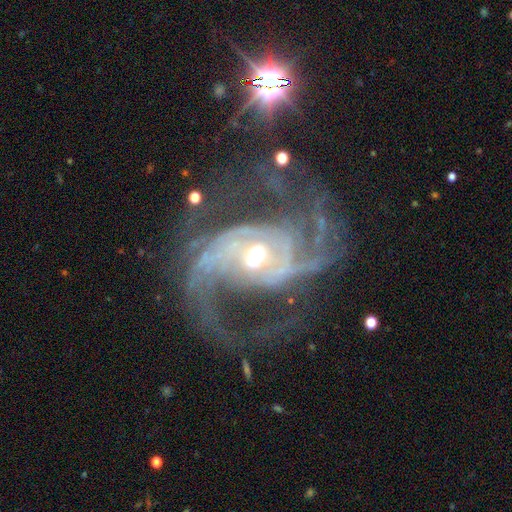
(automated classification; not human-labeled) smooth-or-featured: featured or disk: 91% | star or artifact: 6% | smooth: 3%
  disk-edge-on: no: 98% | yes: 2%
    bar: no: 43% | weak: 36% | strong: 21%
    has-spiral-arms: yes: 97% | no: 3%
      spiral-winding: medium: 50% | loose: 32% | tight: 18%
      spiral-arm-count: 2: 51% | 3: 19% | can't tell: 11% | 4: 7% | 1: 6% | more than 4: 6%
    bulge-size: moderate: 67% | small: 21% | large: 9% | dominant: 1% | none: 1%
  merging: none: 51% | major disturbance: 28% | minor disturbance: 16% | merger: 4%